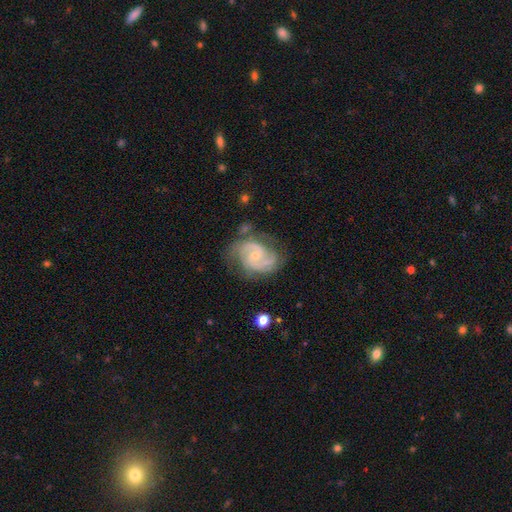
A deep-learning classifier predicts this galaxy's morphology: A featured or disk galaxy (90%) with no bar (63%), 2 (59%) tight (46%) spiral arms (98%) and a small central bulge (63%).

Vote fractions:
- Smooth or featured? featured or disk: 90% / smooth: 5% / star or artifact: 5%
- Edge-on disk? no: 98% / yes: 2%
- Bar? no: 63% / weak: 31% / strong: 6%
- Spiral arms? yes: 98% / no: 2%
- Spiral winding? tight: 46% / medium: 45% / loose: 9%
- Spiral arm count? 2: 59% / 3: 23% / can't tell: 8% / 4: 4% / 1: 3% / more than 4: 3%
- Bulge size? small: 63% / moderate: 34% / none: 1% / large: 1% / dominant: 1%
- Merging? none: 68% / minor disturbance: 21% / major disturbance: 8% / merger: 2%